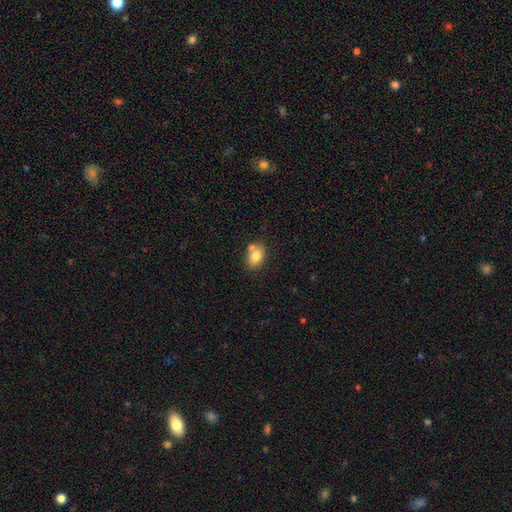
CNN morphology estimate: Q: Smooth or featured?
A: smooth (79%); runner-up: featured or disk (13%)
Q: How rounded?
A: in between (80%); runner-up: round (19%)
Q: Merging?
A: none (61%); runner-up: merger (20%)